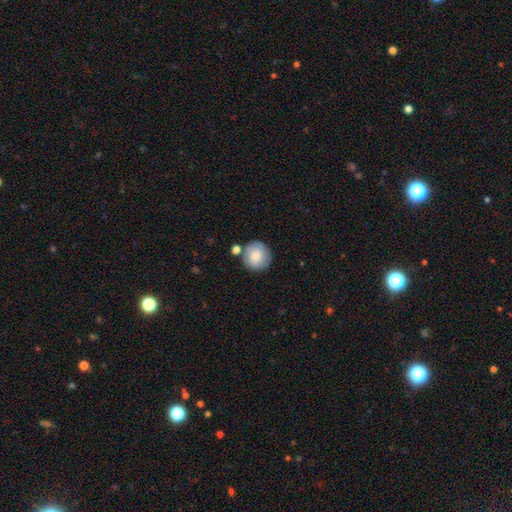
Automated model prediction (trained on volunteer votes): Smooth or featured? smooth (79%)
How rounded? round (93%)
Merging? none (73%)